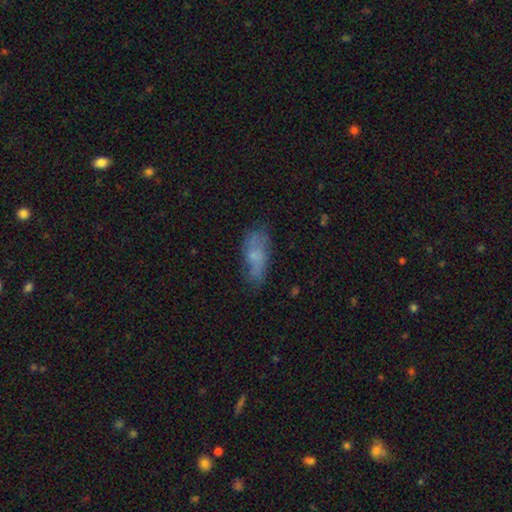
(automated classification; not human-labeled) Smooth or featured?
  - smooth: 58% *
  - featured or disk: 32%
  - star or artifact: 10%
How rounded?
  - in between: 76% *
  - cigar-shaped: 20%
  - round: 3%
Merging?
  - none: 55% *
  - minor disturbance: 27%
  - major disturbance: 14%
  - merger: 4%